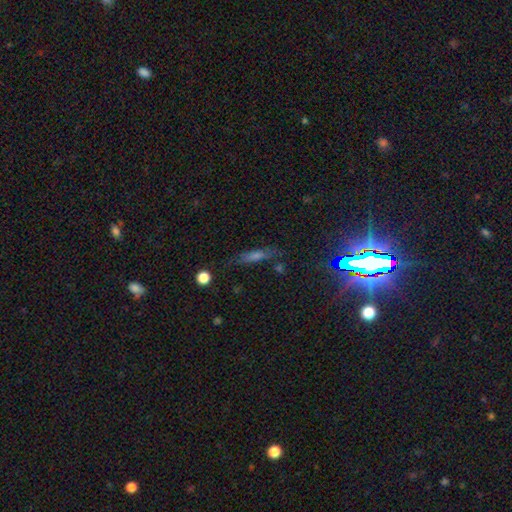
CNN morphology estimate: type=smooth (43%); merging=none (73%).